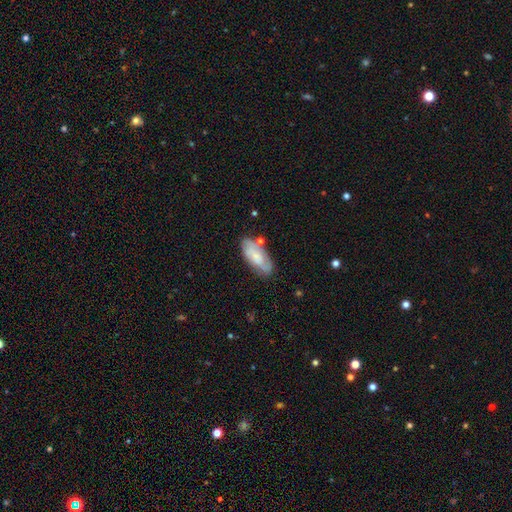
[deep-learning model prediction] Morphology: type=featured or disk (49%); merging=none (70%).